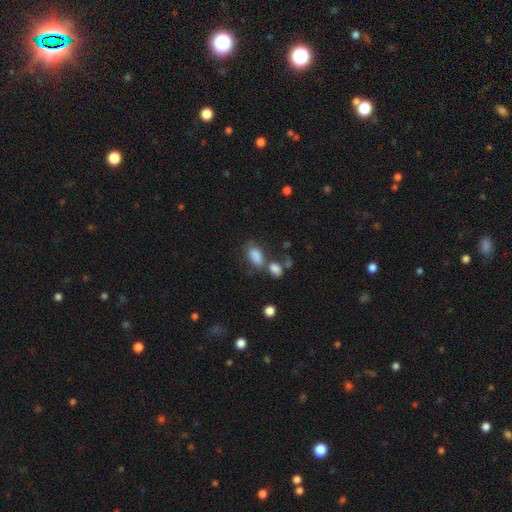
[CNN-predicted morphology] Smooth or featured?
  - smooth: 83% *
  - star or artifact: 9%
  - featured or disk: 8%
How rounded?
  - in between: 90% *
  - round: 8%
  - cigar-shaped: 2%
Merging?
  - none: 42% *
  - merger: 30%
  - minor disturbance: 17%
  - major disturbance: 10%